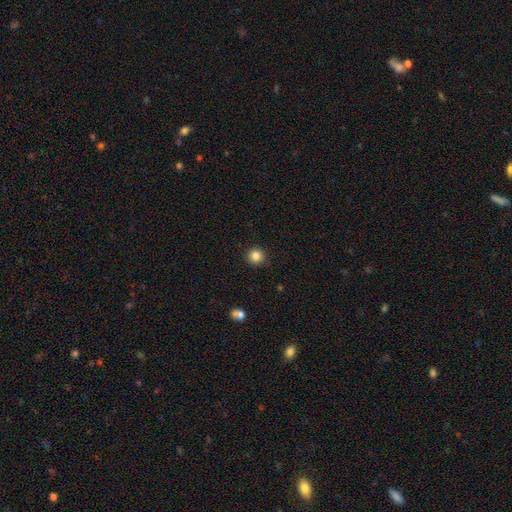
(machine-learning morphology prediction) A smooth galaxy with no disk features (84%) that is round (93%).

Vote fractions:
- Smooth or featured? smooth: 84% / star or artifact: 11% / featured or disk: 5%
- How rounded? round: 93% / in between: 6% / cigar-shaped: 1%
- Merging? none: 90% / minor disturbance: 7% / major disturbance: 2% / merger: 1%